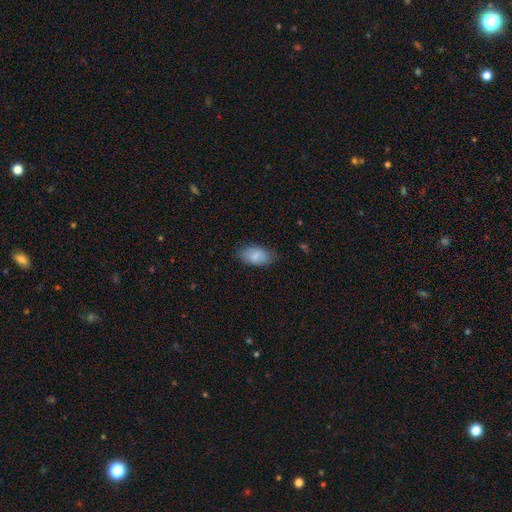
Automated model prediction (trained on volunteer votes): Morphology: type=smooth (82%); roundness=in between (93%); merging=none (78%).